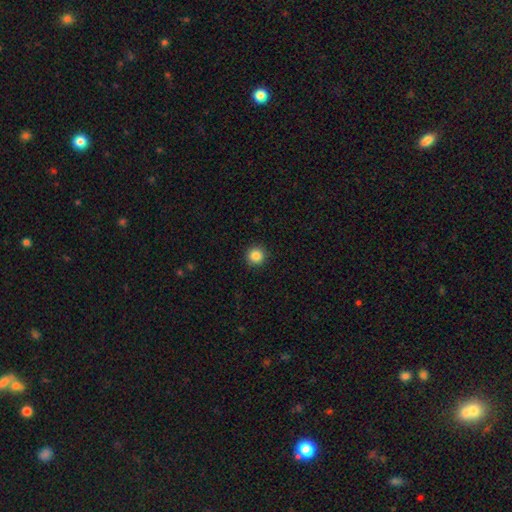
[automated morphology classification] smooth_or_featured: smooth (p=0.86) [alt: star or artifact p=0.10]
how_rounded: round (p=0.96) [alt: in between p=0.03]
merging: none (p=0.93) [alt: minor disturbance p=0.05]